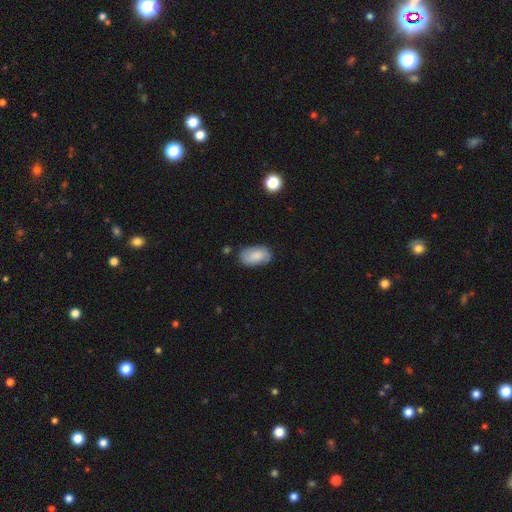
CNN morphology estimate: type=smooth (76%); roundness=in between (93%); merging=none (77%).